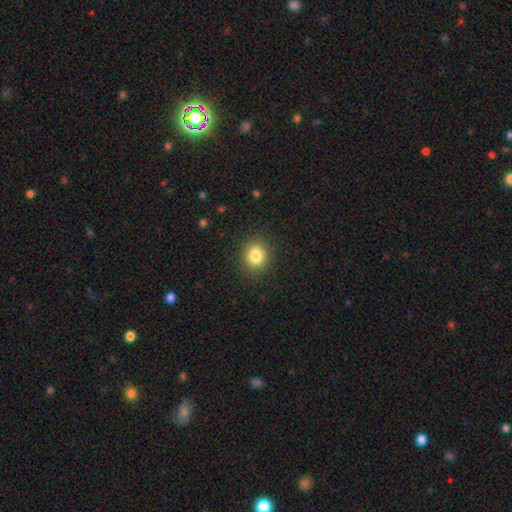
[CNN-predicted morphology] Q: Smooth or featured?
A: smooth (83%); runner-up: star or artifact (11%)
Q: How rounded?
A: round (76%); runner-up: in between (23%)
Q: Merging?
A: none (89%); runner-up: minor disturbance (7%)